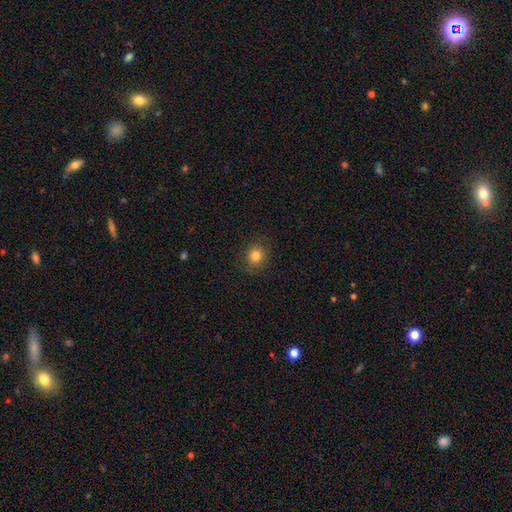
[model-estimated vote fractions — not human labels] This appears to be a smooth galaxy with no disk features (82%) that is round (82%). Merging: none (87%).